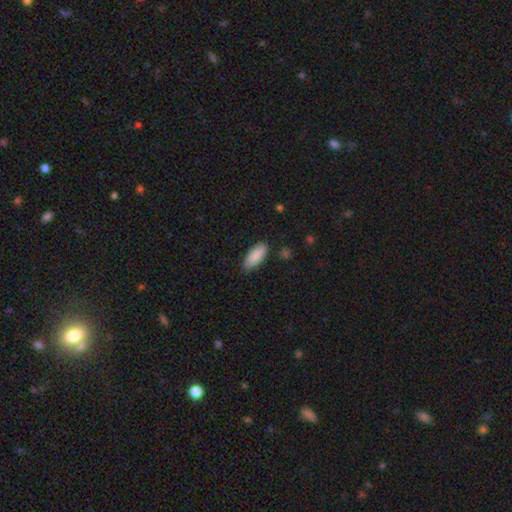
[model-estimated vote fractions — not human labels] Smooth or featured: smooth — 88% (star or artifact — 6%)
How rounded: in between — 82% (cigar-shaped — 16%)
Merging: none — 86% (minor disturbance — 11%)